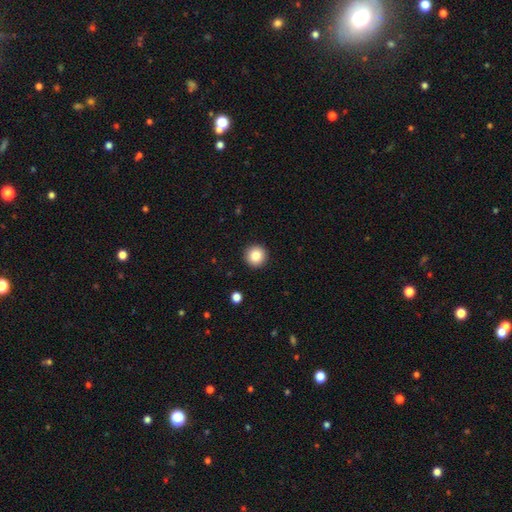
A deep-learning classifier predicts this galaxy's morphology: smooth_or_featured: smooth (p=0.85) [alt: star or artifact p=0.09]
how_rounded: round (p=0.96) [alt: in between p=0.03]
merging: none (p=0.93) [alt: minor disturbance p=0.04]